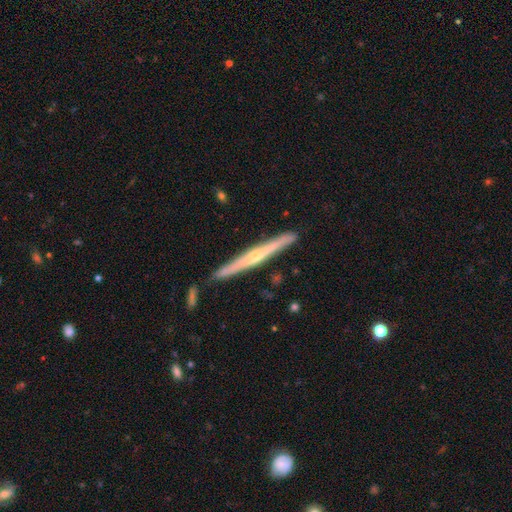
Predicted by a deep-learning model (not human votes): This is likely a featured or disk galaxy (72%). It is clearly viewed edge-on (97%). Edge-on bulge: likely rounded (72%). Merging: clearly none (86%).